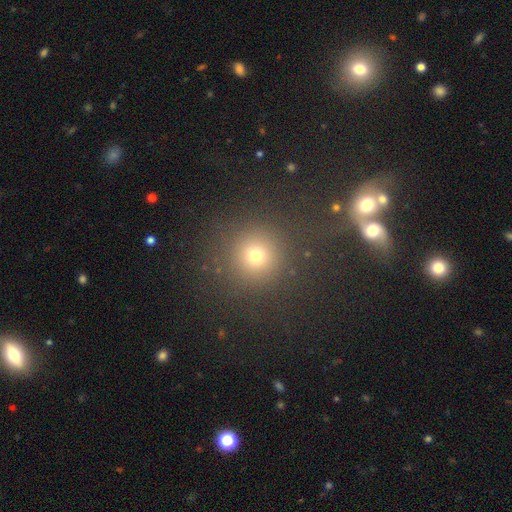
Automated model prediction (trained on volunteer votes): smooth 72%, star or artifact 20%, featured or disk 8%. Down the decision tree: how rounded — round (94%); merging — none (85%).